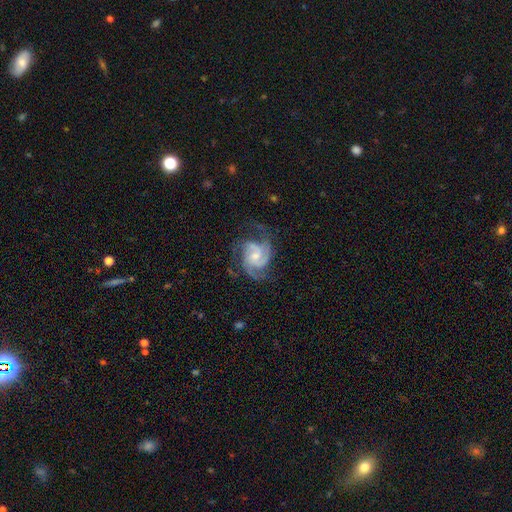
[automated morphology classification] This is clearly a featured or disk galaxy (90%). It is clearly not viewed edge-on (98%). Bar: possibly no (60%). Spiral arm pattern: clearly yes (98%). Spiral arm count: possibly 3 (52%). Spiral winding: possibly medium (49%). Central bulge: possibly moderate (47%). Merging: likely none (63%).